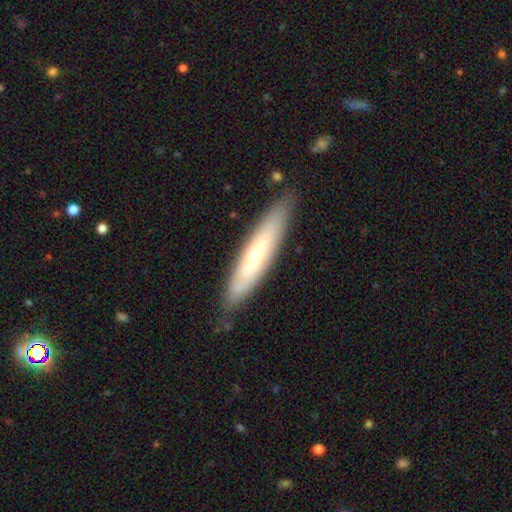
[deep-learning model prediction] Smooth or featured? Predicted: smooth (p=0.54). How rounded? Predicted: cigar-shaped (p=0.84). Merging? Predicted: none (p=0.84).